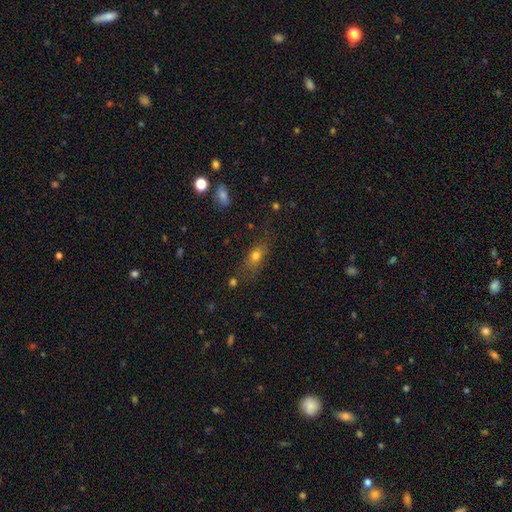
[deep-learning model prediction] Overall: smooth (70%). How rounded: in between (67%). Merging: none (66%).